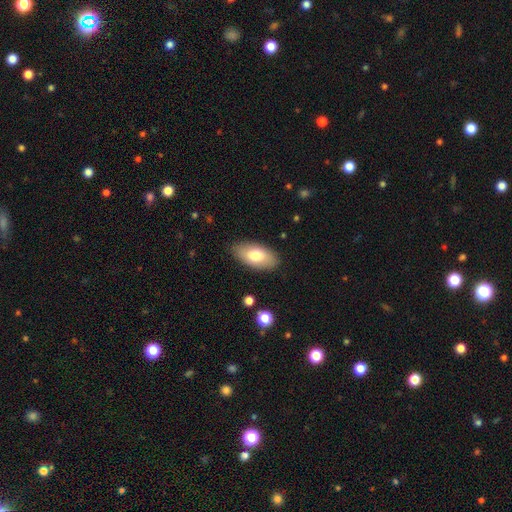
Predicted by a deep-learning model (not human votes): This appears to be a smooth galaxy with no disk features (75%) that is in between round and cigar-shaped (93%). Merging: none (85%).